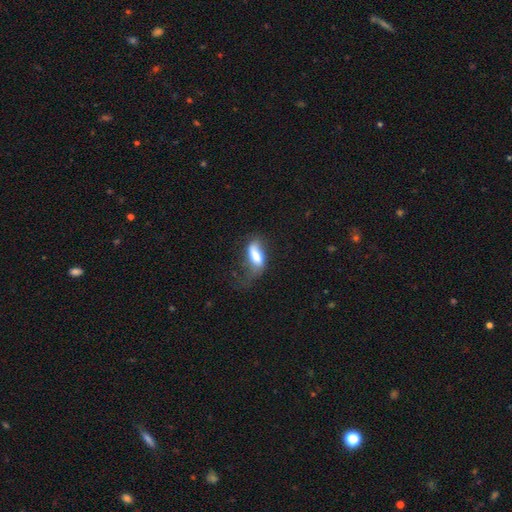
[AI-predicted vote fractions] Smooth or featured? Predicted: smooth (p=0.64). How rounded? Predicted: in between (p=0.78). Merging? Predicted: major disturbance (p=0.40).